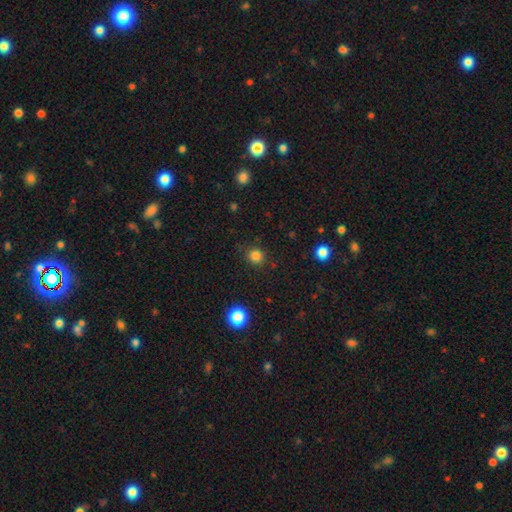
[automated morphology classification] A smooth galaxy with no disk features (83%) that is round (90%). Merging: none (86%).